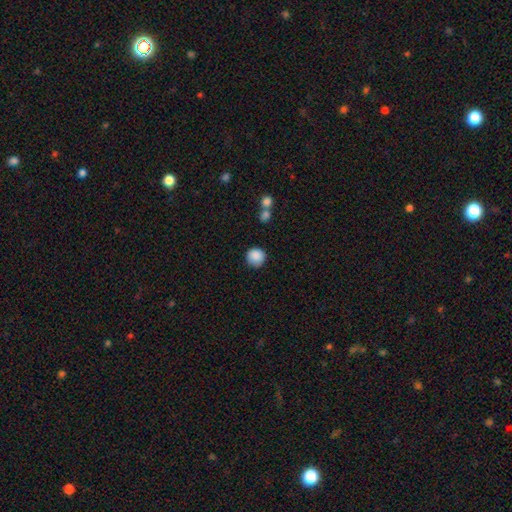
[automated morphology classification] Smooth or featured? smooth (89%)
How rounded? round (93%)
Merging? none (83%)